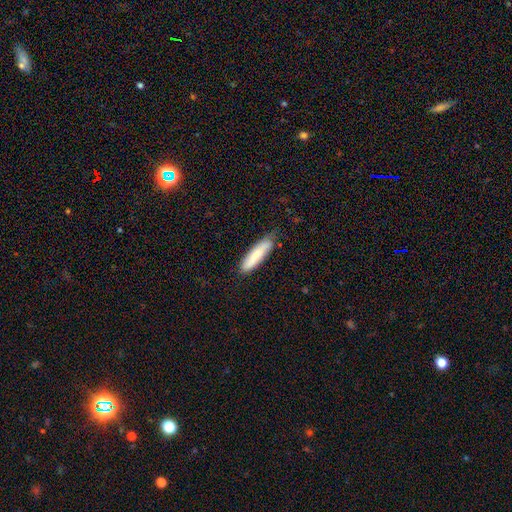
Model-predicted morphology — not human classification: type=smooth (77%); roundness=cigar-shaped (77%); merging=none (75%).